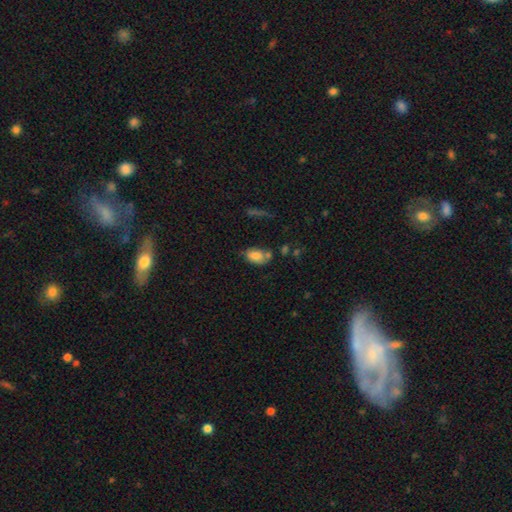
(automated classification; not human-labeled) The model was most divided on "merging": none: 47%, minor disturbance: 24%, merger: 19%, major disturbance: 10%. More confident: how rounded — in between (88%); smooth or featured — smooth (79%).